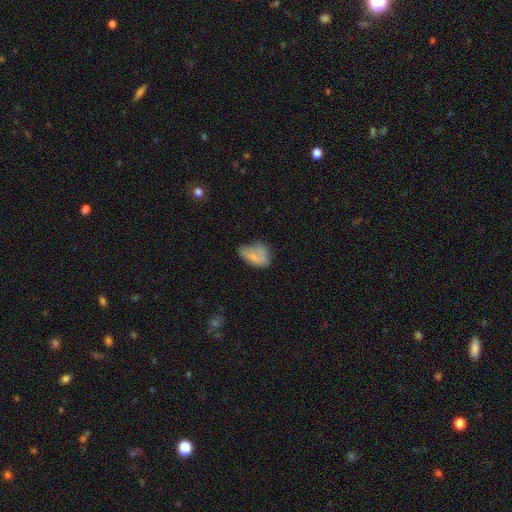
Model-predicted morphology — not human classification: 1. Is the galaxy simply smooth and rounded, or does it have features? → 71% smooth, 20% featured or disk, 10% star or artifact.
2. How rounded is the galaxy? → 88% in between, 10% round, 2% cigar-shaped.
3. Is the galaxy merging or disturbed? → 37% minor disturbance, 35% none, 19% major disturbance, 8% merger.